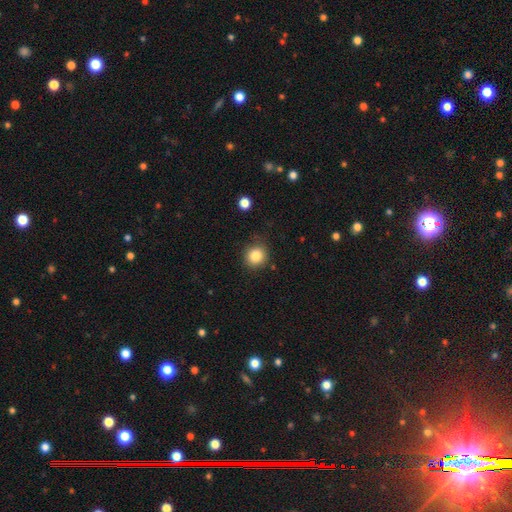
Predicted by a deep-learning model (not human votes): This is clearly a smooth galaxy (83%). How rounded: clearly round (89%). Merging: clearly none (85%).